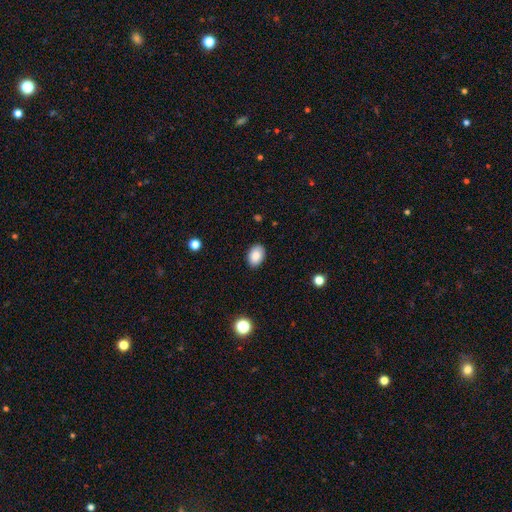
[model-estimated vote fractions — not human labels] A smooth galaxy with no disk features (88%) that is in between round and cigar-shaped (84%). Merging: none (89%).